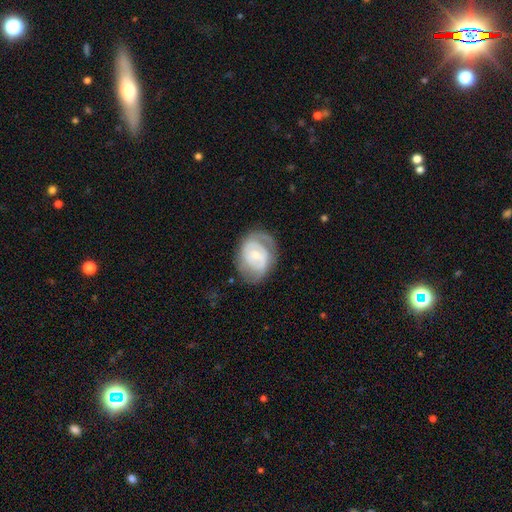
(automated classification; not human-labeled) Q: Smooth or featured?
A: featured or disk (66%); runner-up: smooth (28%)
Q: Edge-on disk?
A: no (97%); runner-up: yes (3%)
Q: Bar?
A: no (48%); runner-up: weak (41%)
Q: Spiral arms?
A: yes (75%); runner-up: no (25%)
Q: Bulge size?
A: small (53%); runner-up: moderate (39%)
Q: Merging?
A: none (59%); runner-up: minor disturbance (24%)